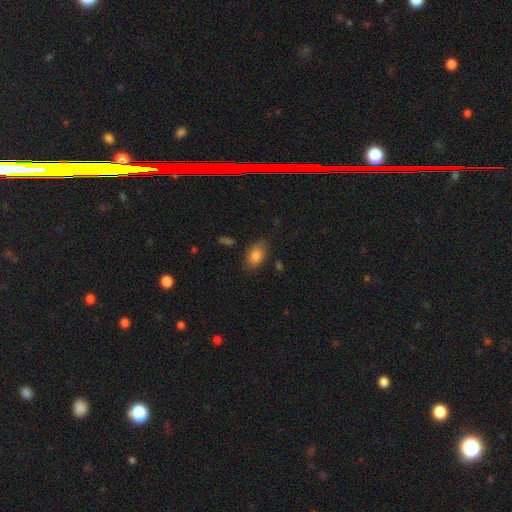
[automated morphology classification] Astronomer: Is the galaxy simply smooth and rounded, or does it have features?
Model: smooth — 83%.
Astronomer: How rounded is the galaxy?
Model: in between — 89%.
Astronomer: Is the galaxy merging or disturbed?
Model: none — 76%.